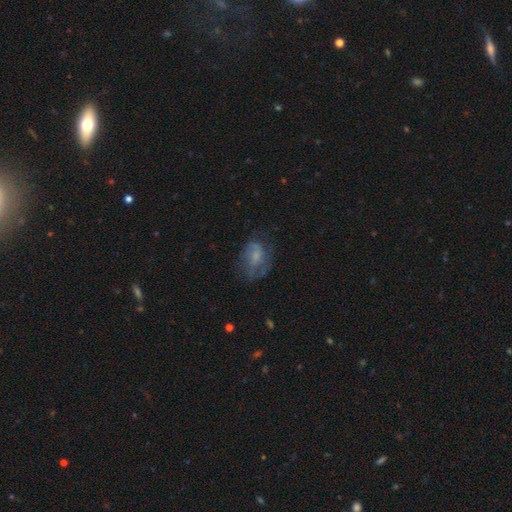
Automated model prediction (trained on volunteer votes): Smooth or featured? featured or disk (48%)
Merging? none (50%)